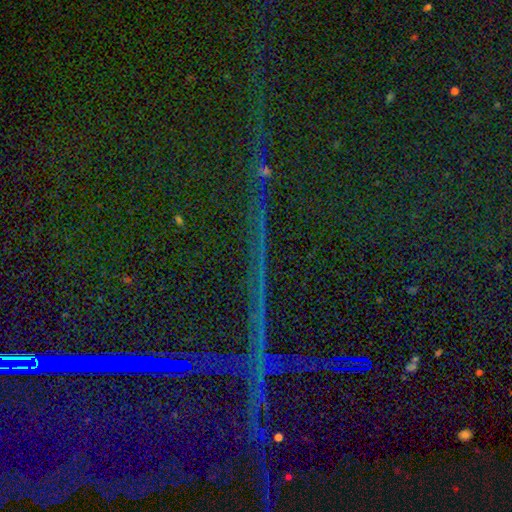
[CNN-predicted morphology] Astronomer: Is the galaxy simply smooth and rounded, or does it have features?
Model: star or artifact — 88%.